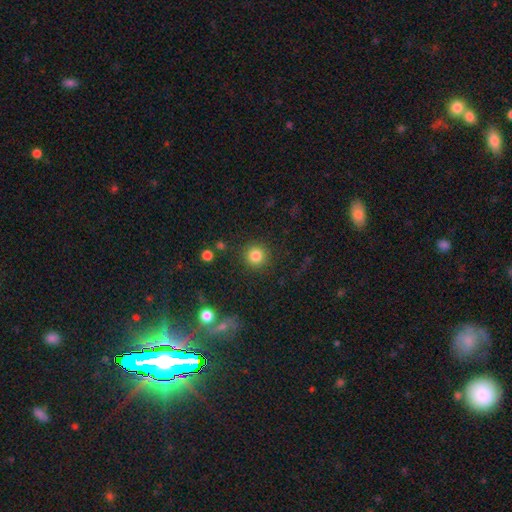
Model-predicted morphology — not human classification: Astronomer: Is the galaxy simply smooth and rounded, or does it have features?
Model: smooth — 83%.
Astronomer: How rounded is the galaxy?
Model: round — 94%.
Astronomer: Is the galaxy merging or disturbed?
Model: none — 89%.